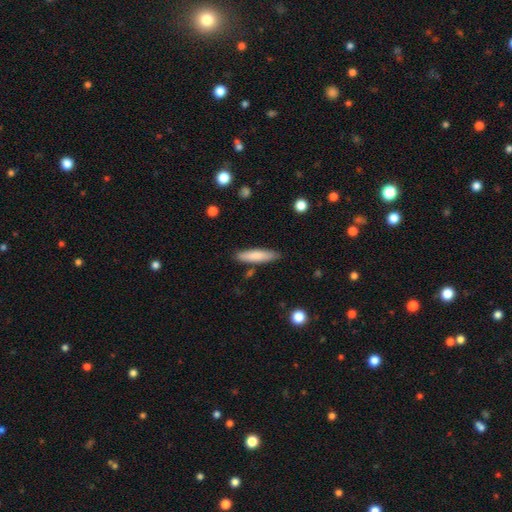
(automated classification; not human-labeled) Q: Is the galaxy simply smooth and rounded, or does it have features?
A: smooth — 78%.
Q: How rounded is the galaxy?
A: cigar-shaped — 78%.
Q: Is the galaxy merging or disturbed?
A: none — 84%.